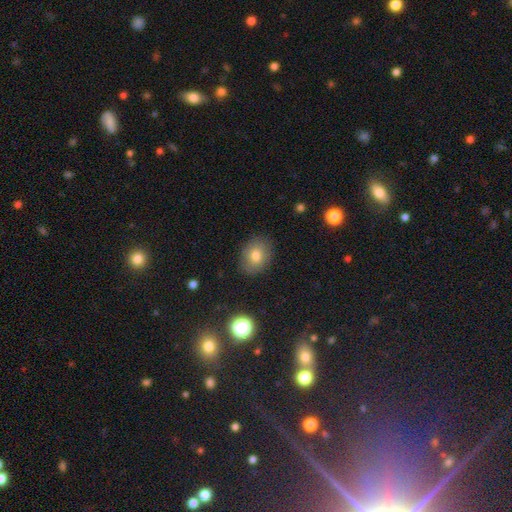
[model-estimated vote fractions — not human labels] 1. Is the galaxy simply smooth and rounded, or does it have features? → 75% smooth, 13% featured or disk, 11% star or artifact.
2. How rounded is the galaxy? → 58% in between, 41% round, 1% cigar-shaped.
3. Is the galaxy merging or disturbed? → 83% none, 12% minor disturbance, 3% major disturbance, 1% merger.